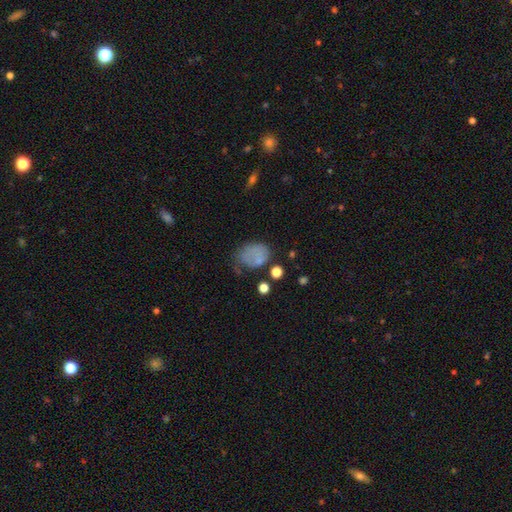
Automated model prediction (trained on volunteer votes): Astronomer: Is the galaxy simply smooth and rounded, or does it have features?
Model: smooth — 67%.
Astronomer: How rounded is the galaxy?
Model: in between — 70%.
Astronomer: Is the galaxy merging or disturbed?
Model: none — 39% (runner-up: minor disturbance, 31%).